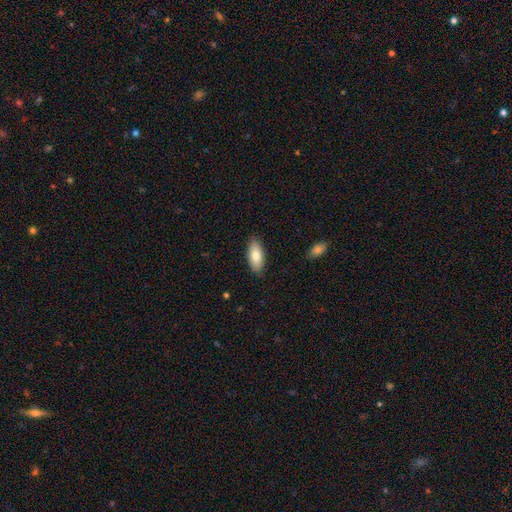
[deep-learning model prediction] This appears to be a smooth galaxy with no disk features (78%) that is in between round and cigar-shaped (85%). Merging: none (88%).